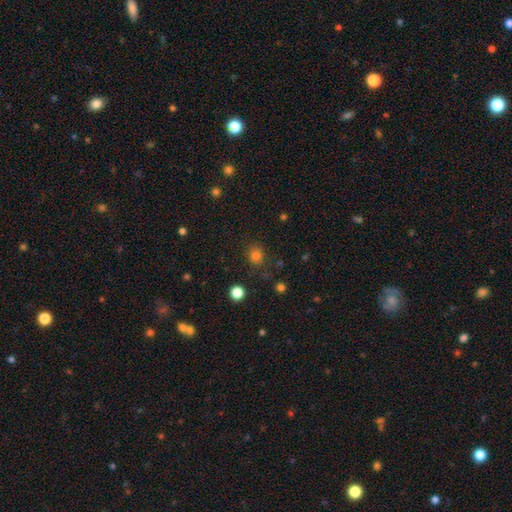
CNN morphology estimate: Smooth or featured?
  - smooth: 78% *
  - star or artifact: 17%
  - featured or disk: 5%
How rounded?
  - round: 82% *
  - in between: 17%
  - cigar-shaped: 1%
Merging?
  - none: 83% *
  - minor disturbance: 11%
  - major disturbance: 4%
  - merger: 2%